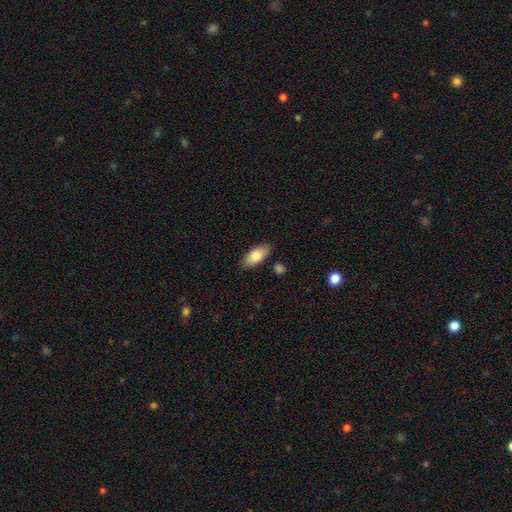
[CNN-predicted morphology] A smooth galaxy with no disk features (80%) that is in between round and cigar-shaped (89%). Merging: none (84%).